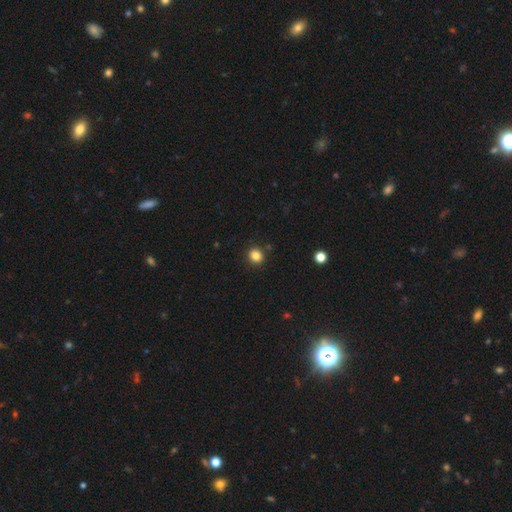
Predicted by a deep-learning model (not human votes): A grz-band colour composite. It shows a smooth galaxy with no disk features (84%) that is round (85%). Merging: none (90%).